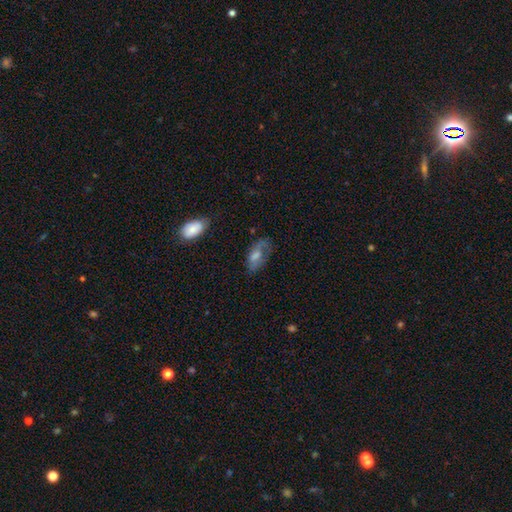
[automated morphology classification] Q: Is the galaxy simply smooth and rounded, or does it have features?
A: smooth — 62%.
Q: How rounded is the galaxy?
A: in between — 88%.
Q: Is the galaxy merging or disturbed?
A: none — 52%.